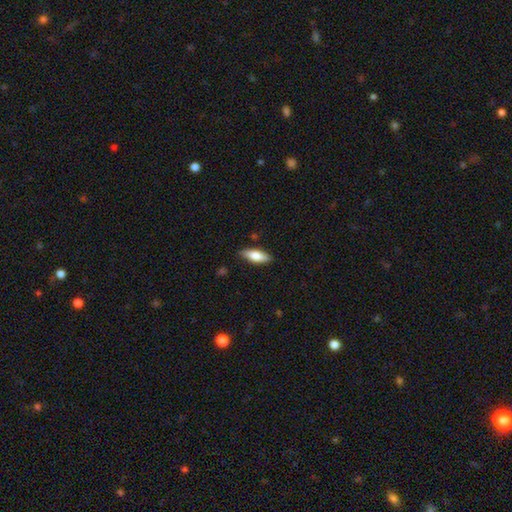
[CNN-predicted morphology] smooth 75%, featured or disk 19%, star or artifact 6%. Down the decision tree: how rounded — in between (70%); merging — none (85%).